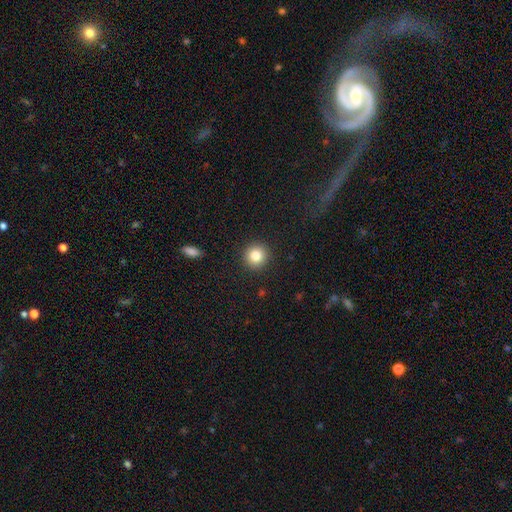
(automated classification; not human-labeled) This appears to be a smooth galaxy with no disk features (82%) that is round (93%). Merging: none (92%).